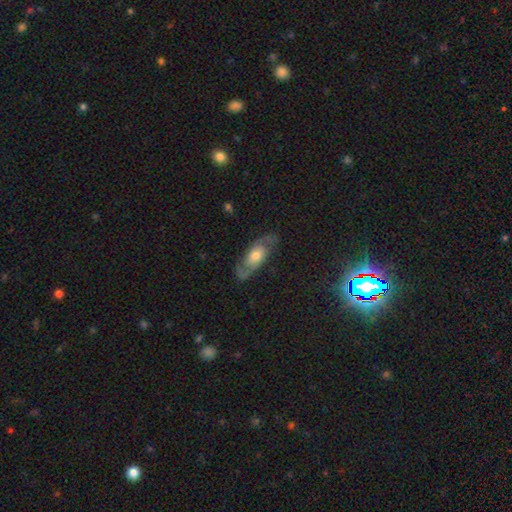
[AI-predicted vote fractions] Smooth or featured? featured or disk (73%)
Edge-on disk? no (88%)
Bar? no (72%)
Spiral arms? yes (88%)
Spiral winding? medium (48%)
Spiral arm count? 2 (87%)
Bulge size? moderate (65%)
Merging? none (77%)